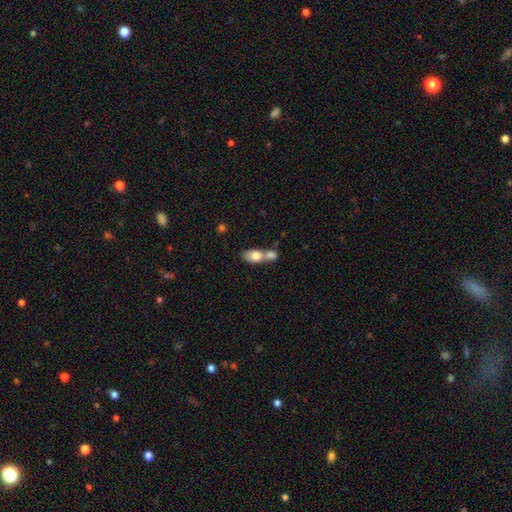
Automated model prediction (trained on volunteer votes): Smooth or featured: smooth — 77% (featured or disk — 16%)
How rounded: in between — 78% (round — 17%)
Merging: merger — 71% (none — 19%)